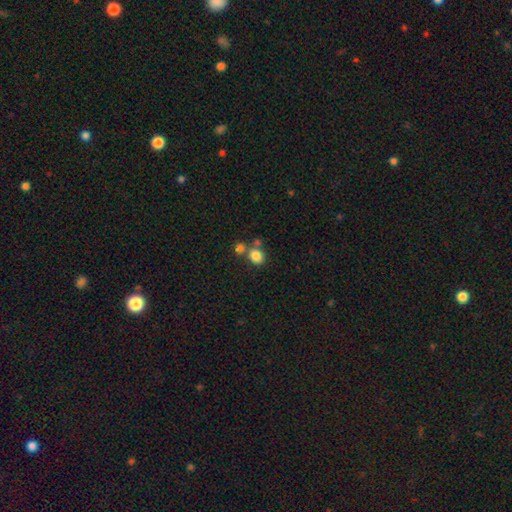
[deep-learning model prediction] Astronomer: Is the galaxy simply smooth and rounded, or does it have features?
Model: smooth — 83%.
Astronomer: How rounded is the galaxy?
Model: round — 64%.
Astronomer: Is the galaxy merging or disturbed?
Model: none — 58%.